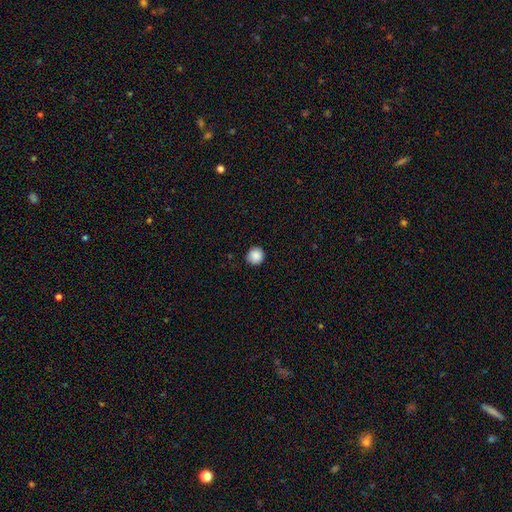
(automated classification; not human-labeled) A smooth galaxy with no disk features (88%) that is round (93%).

Vote fractions:
- Smooth or featured? smooth: 88% / star or artifact: 9% / featured or disk: 3%
- How rounded? round: 93% / in between: 6% / cigar-shaped: 1%
- Merging? none: 90% / minor disturbance: 7% / major disturbance: 2% / merger: 1%